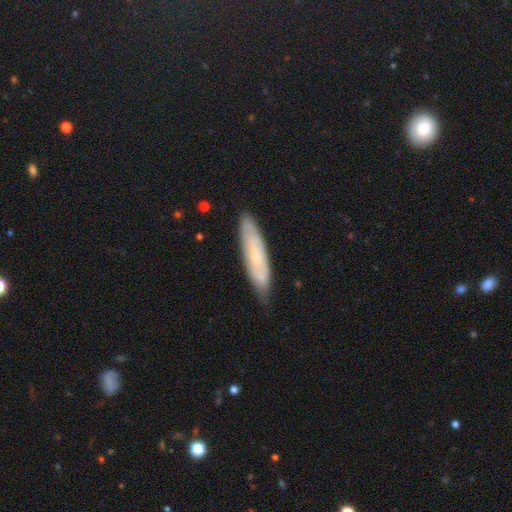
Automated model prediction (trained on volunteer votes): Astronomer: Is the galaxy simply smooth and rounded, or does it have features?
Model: featured or disk — 48% (runner-up: smooth, 45%).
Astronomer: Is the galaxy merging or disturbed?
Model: none — 77%.